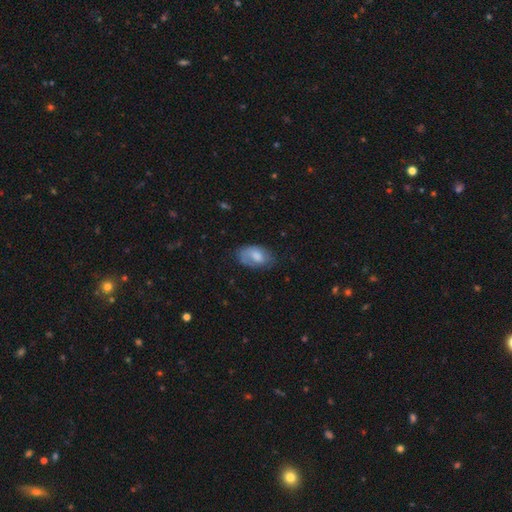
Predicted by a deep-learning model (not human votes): smooth_or_featured: smooth (p=0.60) [alt: featured or disk p=0.33]
how_rounded: in between (p=0.91) [alt: round p=0.08]
merging: none (p=0.58) [alt: minor disturbance p=0.27]